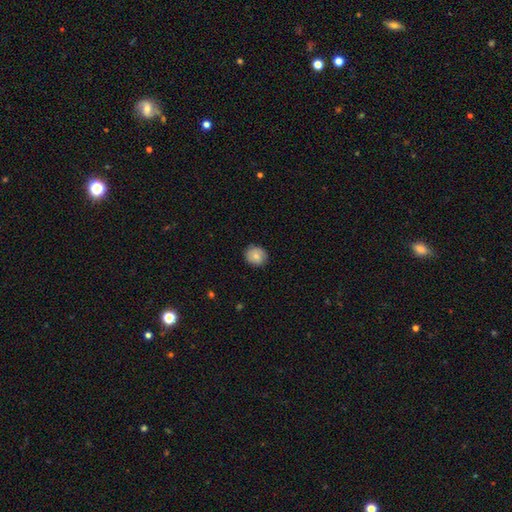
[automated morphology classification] Q: Smooth or featured?
A: smooth (79%); runner-up: featured or disk (13%)
Q: How rounded?
A: round (80%); runner-up: in between (19%)
Q: Merging?
A: none (83%); runner-up: minor disturbance (13%)